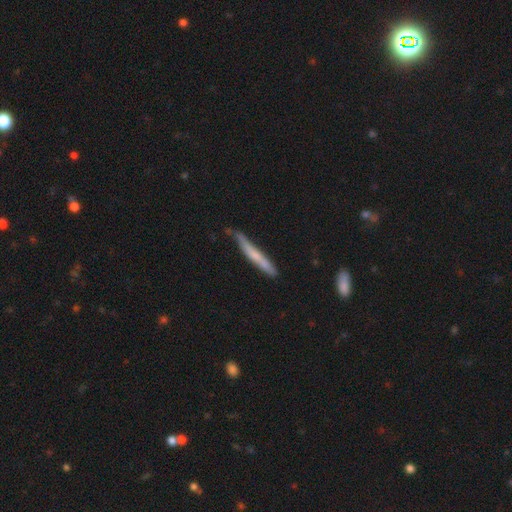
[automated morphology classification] smooth 56%, featured or disk 38%, star or artifact 6%. Down the decision tree: how rounded — cigar-shaped (95%); merging — none (65%).